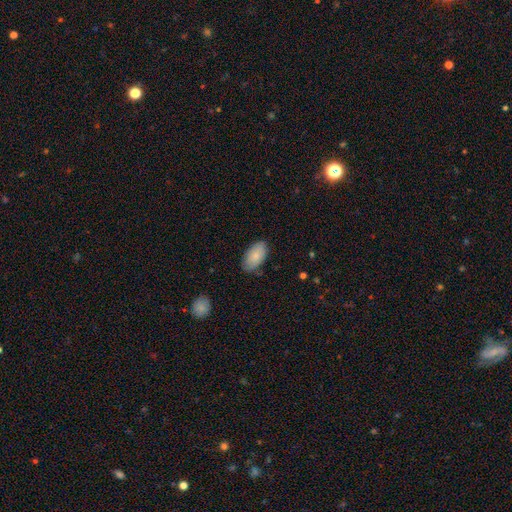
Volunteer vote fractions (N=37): Q: Smooth or featured?
A: smooth (86%); runner-up: star or artifact (8%)
Q: How rounded?
A: in between (97%); runner-up: cigar-shaped (3%)
Q: Merging?
A: none (82%); runner-up: minor disturbance (15%)